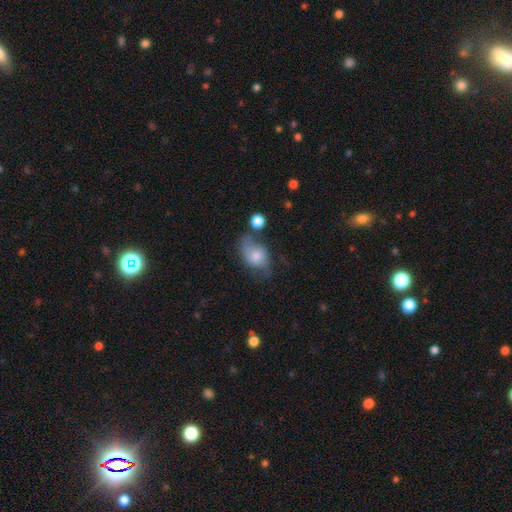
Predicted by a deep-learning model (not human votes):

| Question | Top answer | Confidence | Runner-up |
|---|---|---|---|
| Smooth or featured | smooth | 53% | featured or disk (38%) |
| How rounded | in between | 77% | round (21%) |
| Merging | none | 43% | minor disturbance (29%) |